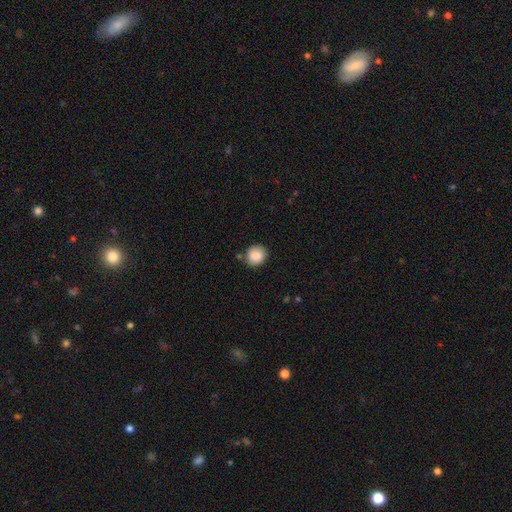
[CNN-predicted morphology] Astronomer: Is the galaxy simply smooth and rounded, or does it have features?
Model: smooth — 81%.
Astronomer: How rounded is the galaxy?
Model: round — 79%.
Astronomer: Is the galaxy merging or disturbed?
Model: none — 78%.